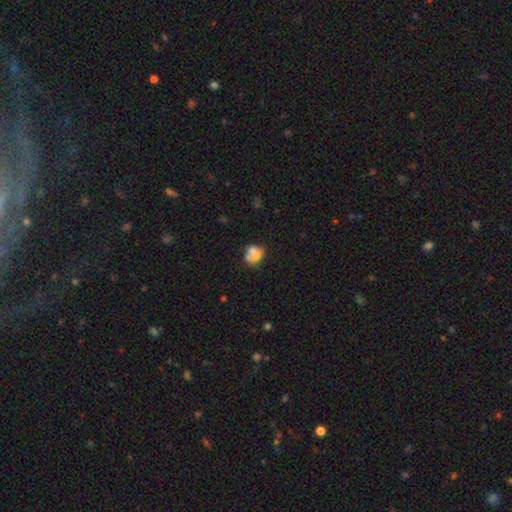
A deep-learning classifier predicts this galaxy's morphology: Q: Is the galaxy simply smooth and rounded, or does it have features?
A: smooth — 54%.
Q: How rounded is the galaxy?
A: round — 50%.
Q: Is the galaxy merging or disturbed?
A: merger — 48%.